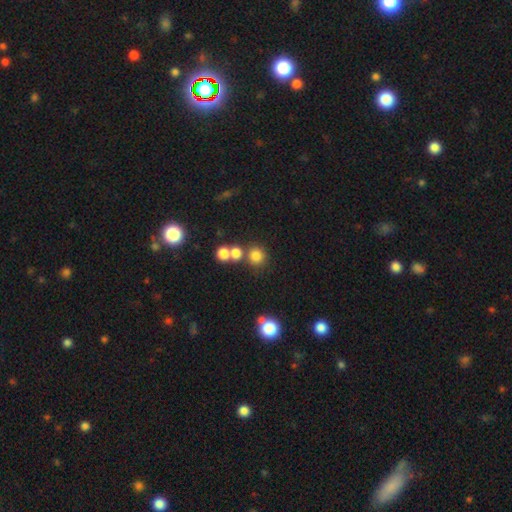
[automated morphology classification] Smooth or featured? smooth (76%)
How rounded? round (89%)
Merging? none (65%)